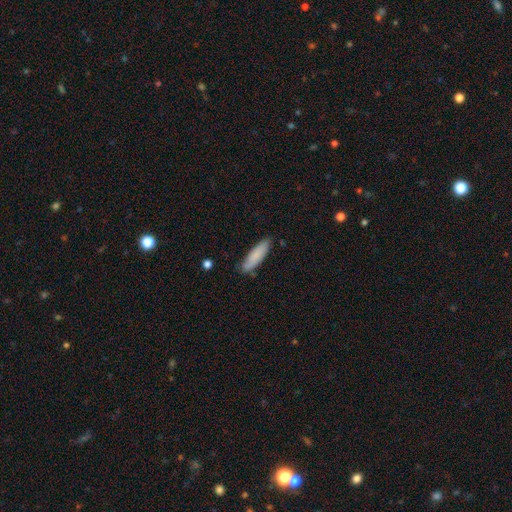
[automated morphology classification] Overall: smooth (81%). How rounded: cigar-shaped (63%; in between 36%). Merging: none (77%).